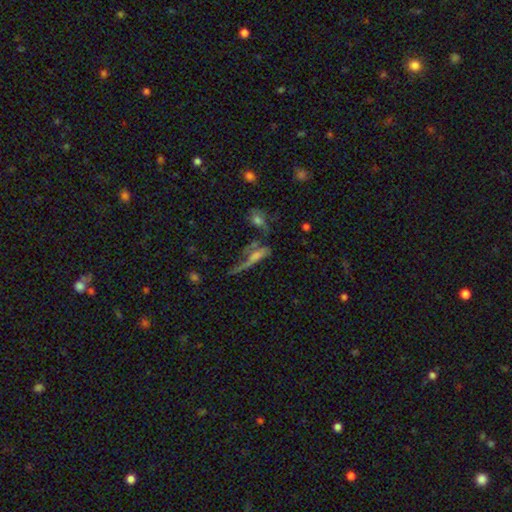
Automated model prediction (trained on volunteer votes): A smooth galaxy with no disk features (41%).

Vote fractions:
- Smooth or featured? smooth: 41% / featured or disk: 39% / star or artifact: 21%
- Merging? none: 33% / merger: 28% / major disturbance: 23% / minor disturbance: 16%